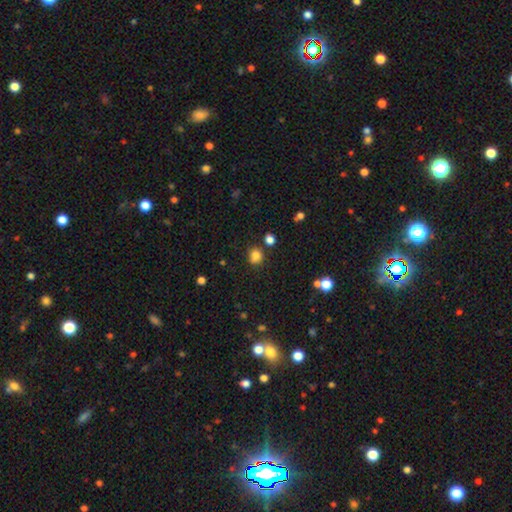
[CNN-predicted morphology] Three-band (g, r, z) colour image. It shows a smooth galaxy with no disk features (82%) that is round (83%). Merging: none (79%).